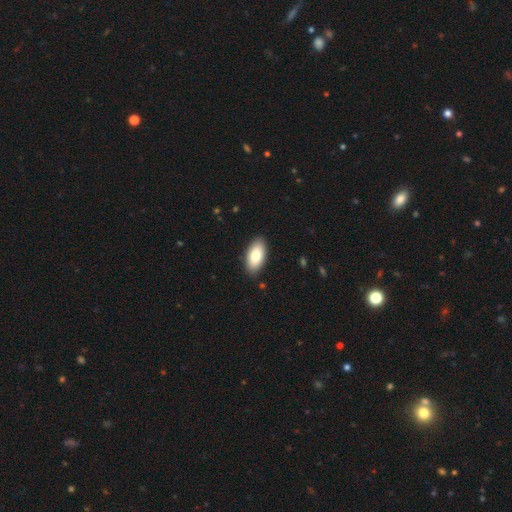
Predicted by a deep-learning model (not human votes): smooth 82%, featured or disk 12%, star or artifact 6%. Down the decision tree: how rounded — in between (94%); merging — none (89%).